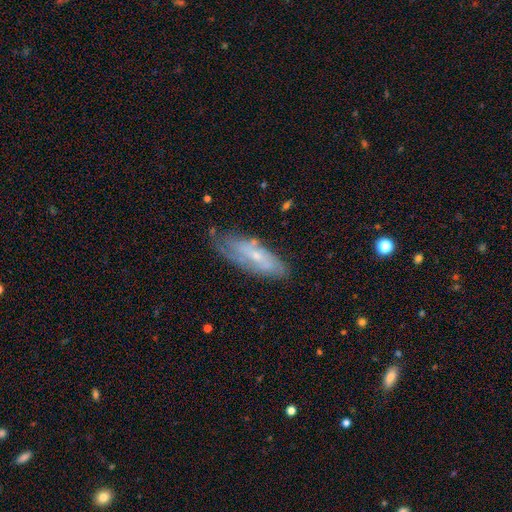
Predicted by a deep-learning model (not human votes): Overall: featured or disk (59%; smooth 34%). Edge-on disk: no (75%). Merging: none (59%; minor disturbance 28%).